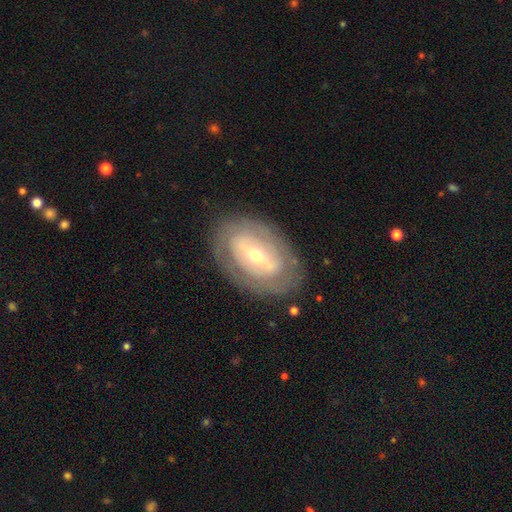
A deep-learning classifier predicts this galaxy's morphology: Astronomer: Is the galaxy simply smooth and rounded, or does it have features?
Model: featured or disk — 73%.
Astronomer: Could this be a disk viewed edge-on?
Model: no — 93%.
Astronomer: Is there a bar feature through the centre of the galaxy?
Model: weak — 36% (runner-up: strong, 32%).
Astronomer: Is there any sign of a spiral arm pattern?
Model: yes — 53% (runner-up: no, 47%).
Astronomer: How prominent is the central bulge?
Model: moderate — 54% (runner-up: small, 40%).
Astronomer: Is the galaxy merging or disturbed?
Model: none — 79%.